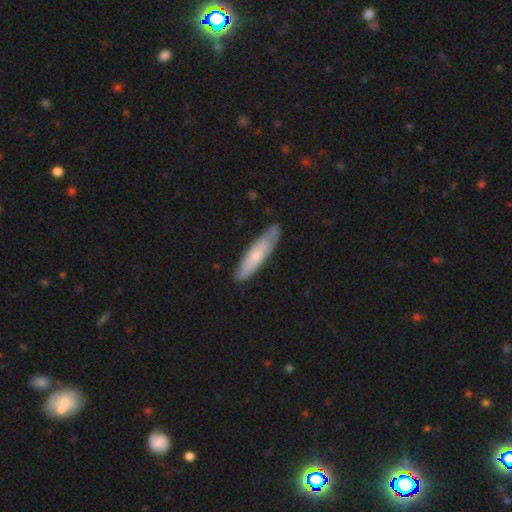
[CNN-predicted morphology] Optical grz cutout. It shows a smooth galaxy with no disk features (62%) that is cigar-shaped (79%). Merging: none (85%).